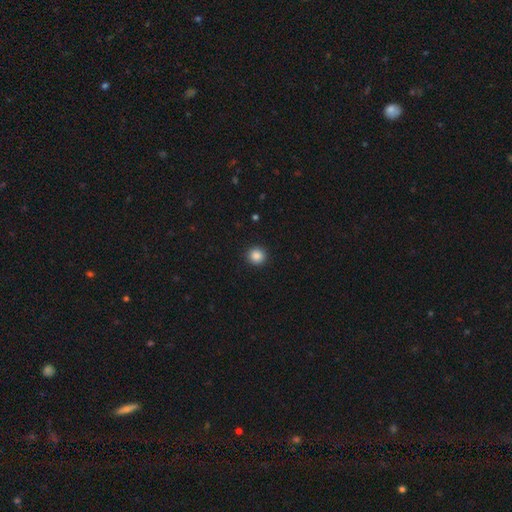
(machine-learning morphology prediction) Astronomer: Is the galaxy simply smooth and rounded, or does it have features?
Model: smooth — 87%.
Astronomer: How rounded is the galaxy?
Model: round — 93%.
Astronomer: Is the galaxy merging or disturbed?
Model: none — 93%.